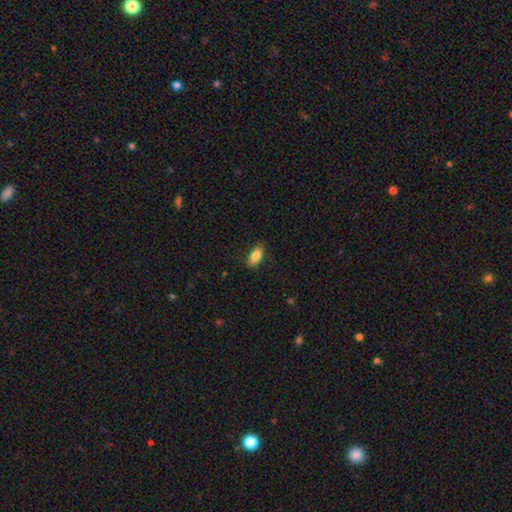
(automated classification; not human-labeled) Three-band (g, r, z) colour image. It shows a smooth galaxy with no disk features (85%) that is in between round and cigar-shaped (89%). Merging: none (85%).